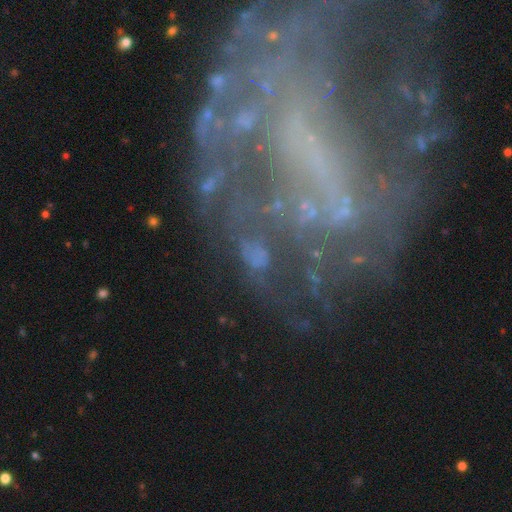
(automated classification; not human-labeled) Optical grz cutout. It shows a featured or disk galaxy (47%). Merging: none (53%).